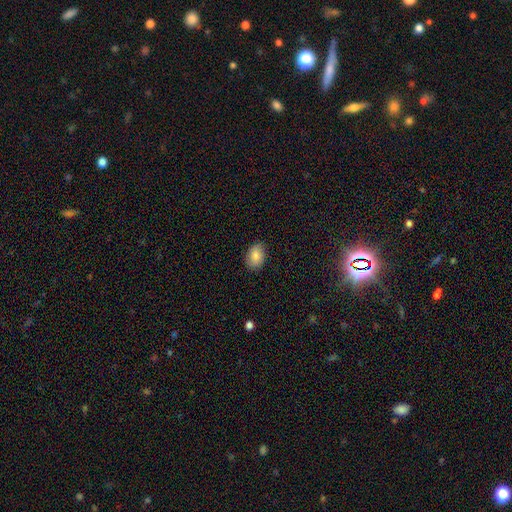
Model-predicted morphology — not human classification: Overall: smooth (84%). How rounded: in between (83%). Merging: none (84%).